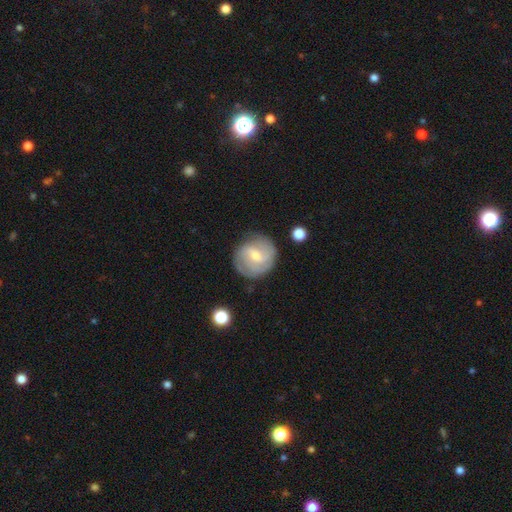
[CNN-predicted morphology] featured or disk 68%, smooth 26%, star or artifact 6%. Down the decision tree: edge-on disk — no (97%); bar — weak (56%); spiral arms — yes (89%); spiral arm count — 2 (41%); spiral winding — tight (41%); bulge size — small (59%); merging — none (77%).